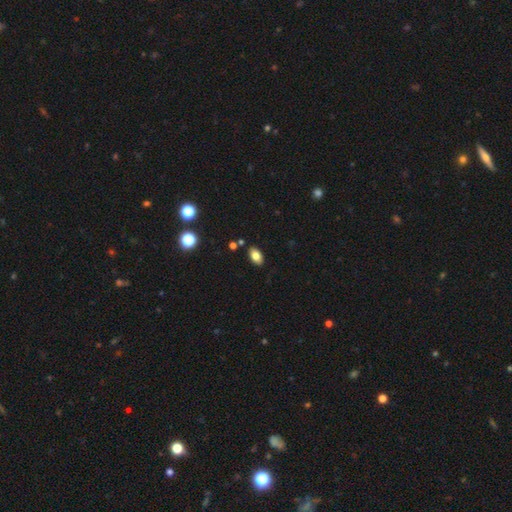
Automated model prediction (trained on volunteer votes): This is clearly a smooth galaxy (81%). How rounded: clearly in between (90%). Merging: clearly none (85%).